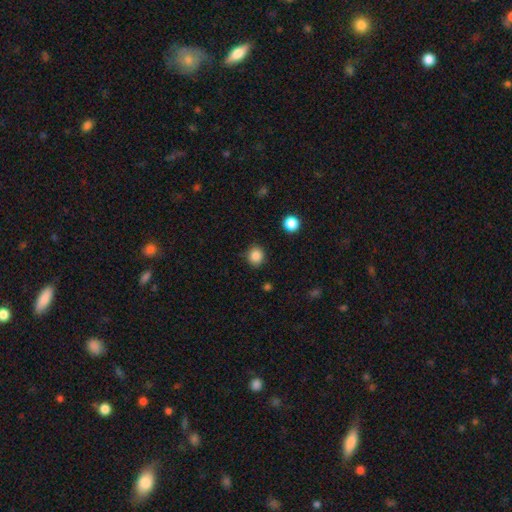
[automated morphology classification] smooth-or-featured: smooth: 85% | star or artifact: 11% | featured or disk: 4%
  how-rounded: round: 83% | in between: 16% | cigar-shaped: 1%
  merging: none: 86% | minor disturbance: 10% | major disturbance: 3% | merger: 2%